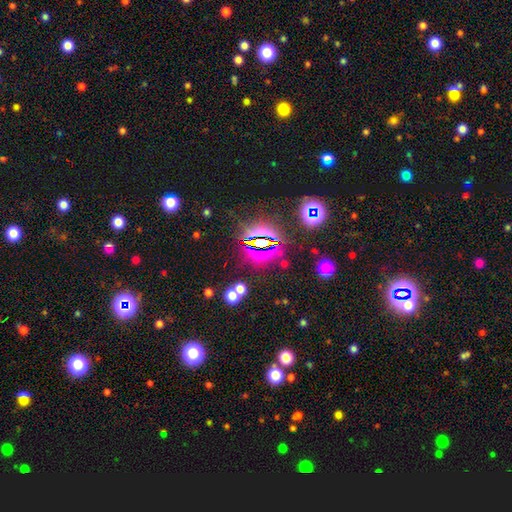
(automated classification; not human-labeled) A star or artifact, not a galaxy (81%).

Vote fractions:
- Smooth or featured? star or artifact: 81% / smooth: 10% / featured or disk: 8%